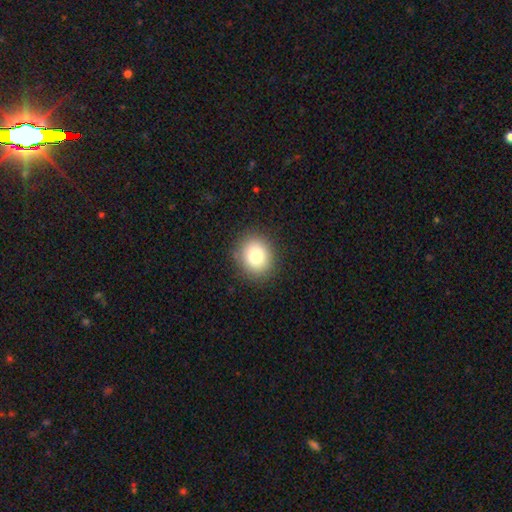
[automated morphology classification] Overall: smooth (82%). How rounded: round (66%; in between 33%). Merging: none (87%).